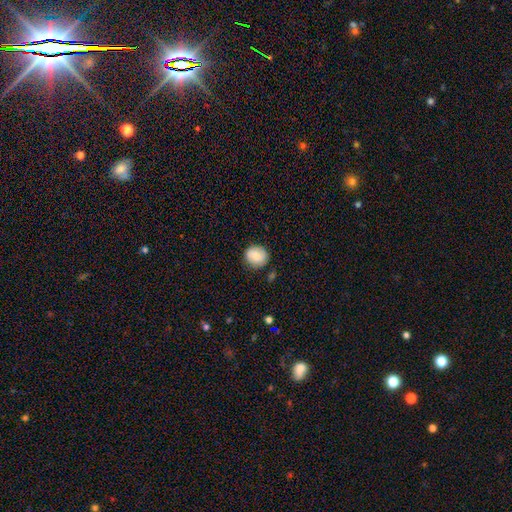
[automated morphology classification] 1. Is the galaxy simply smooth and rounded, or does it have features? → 75% smooth, 18% featured or disk, 8% star or artifact.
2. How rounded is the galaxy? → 84% round, 15% in between, 1% cigar-shaped.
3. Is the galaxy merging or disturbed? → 82% none, 13% minor disturbance, 3% major disturbance, 2% merger.